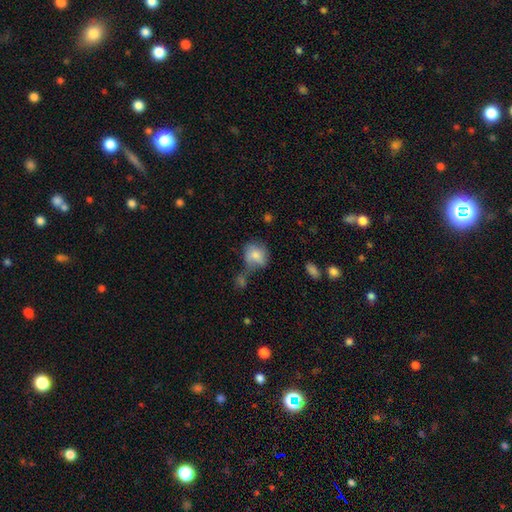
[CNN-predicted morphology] Smooth or featured? Predicted: smooth (p=0.74). How rounded? Predicted: round (p=0.59). Merging? Predicted: none (p=0.39).